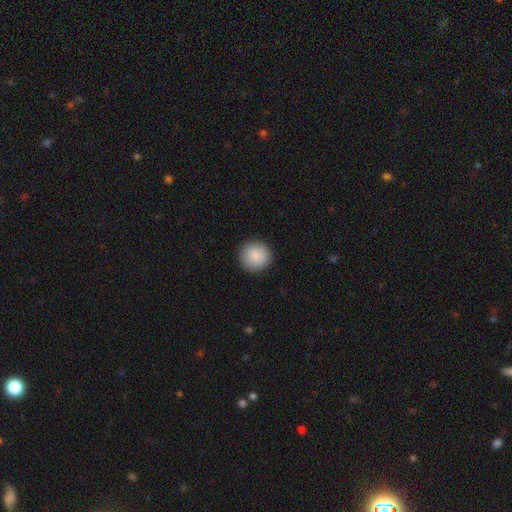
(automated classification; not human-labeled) Morphology: type=smooth (88%); roundness=round (94%); merging=none (92%).